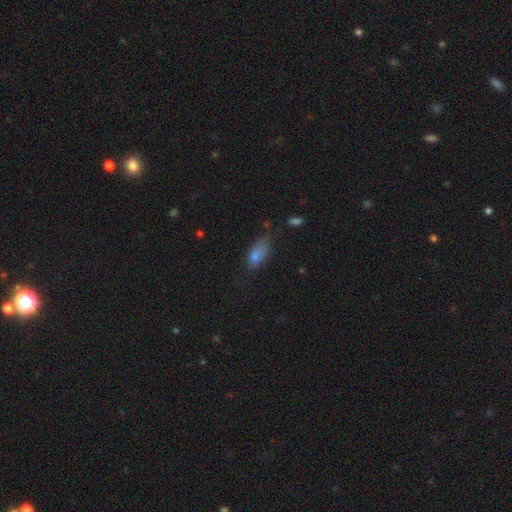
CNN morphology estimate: Smooth or featured?
  - smooth: 75% *
  - featured or disk: 13%
  - star or artifact: 12%
How rounded?
  - in between: 80% *
  - cigar-shaped: 14%
  - round: 6%
Merging?
  - none: 43% *
  - minor disturbance: 36%
  - major disturbance: 17%
  - merger: 4%